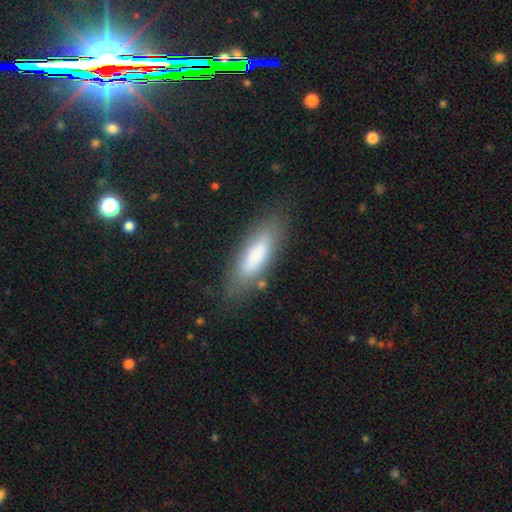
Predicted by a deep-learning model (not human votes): The model was most divided on "how rounded": in between: 56%, cigar-shaped: 42%, round: 2%. More confident: smooth or featured — smooth (79%); merging — none (78%).